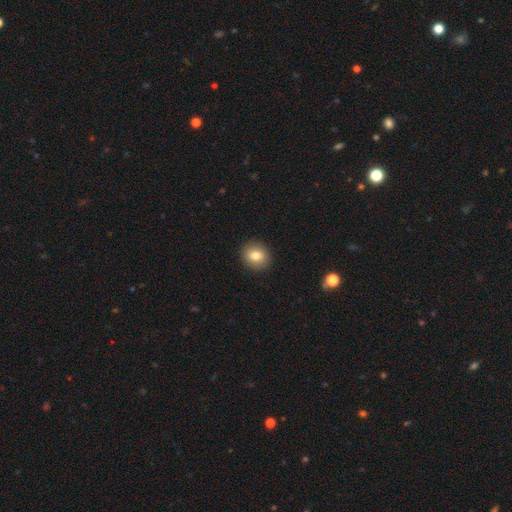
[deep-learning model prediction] Smooth or featured?
  - smooth: 80% *
  - featured or disk: 10%
  - star or artifact: 9%
How rounded?
  - round: 76% *
  - in between: 23%
  - cigar-shaped: 1%
Merging?
  - none: 91% *
  - minor disturbance: 6%
  - major disturbance: 2%
  - merger: 1%